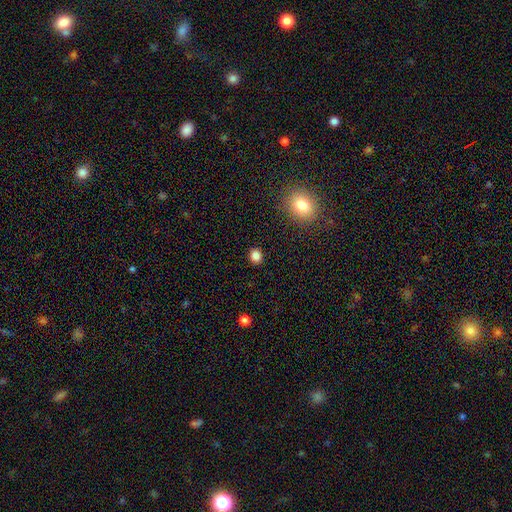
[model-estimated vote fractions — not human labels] smooth 84%, star or artifact 12%, featured or disk 4%. Down the decision tree: how rounded — round (71%); merging — none (90%).